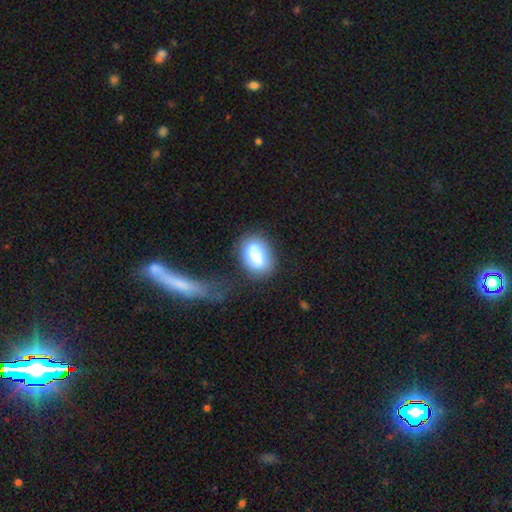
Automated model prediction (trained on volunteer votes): A smooth galaxy with no disk features (81%) that is in between round and cigar-shaped (81%).

Vote fractions:
- Smooth or featured? smooth: 81% / featured or disk: 11% / star or artifact: 8%
- How rounded? in between: 81% / round: 18% / cigar-shaped: 2%
- Merging? none: 57% / minor disturbance: 21% / major disturbance: 11% / merger: 10%